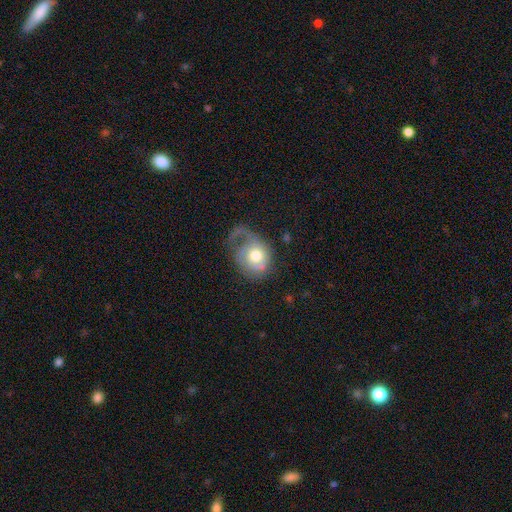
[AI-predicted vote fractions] This is possibly a featured or disk galaxy (49%). Merging: possibly major disturbance (50%).